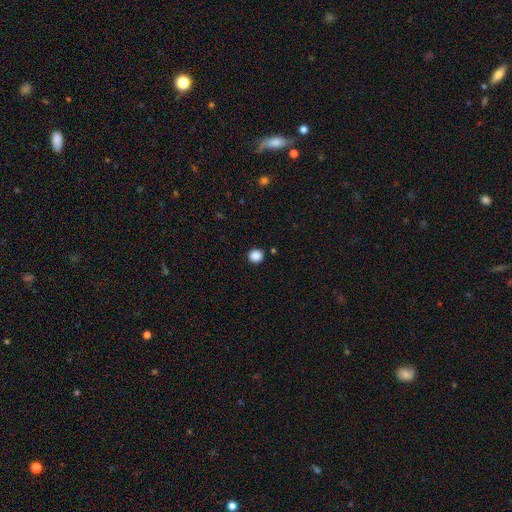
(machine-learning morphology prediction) smooth 87%, star or artifact 11%, featured or disk 3%. Down the decision tree: how rounded — round (93%); merging — none (92%).